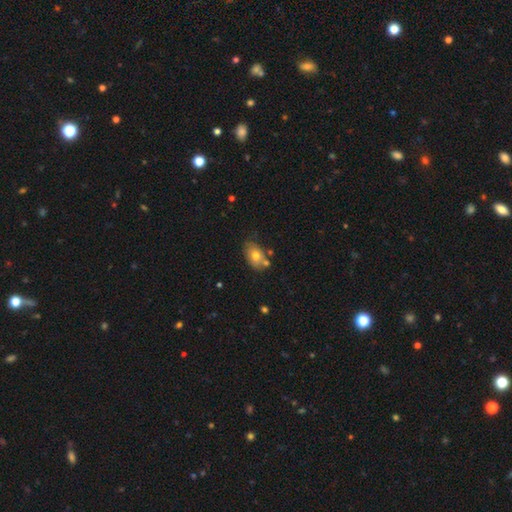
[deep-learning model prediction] smooth-or-featured: smooth: 71% | featured or disk: 20% | star or artifact: 9%
  how-rounded: in between: 82% | round: 17% | cigar-shaped: 2%
  merging: none: 61% | minor disturbance: 19% | merger: 15% | major disturbance: 4%